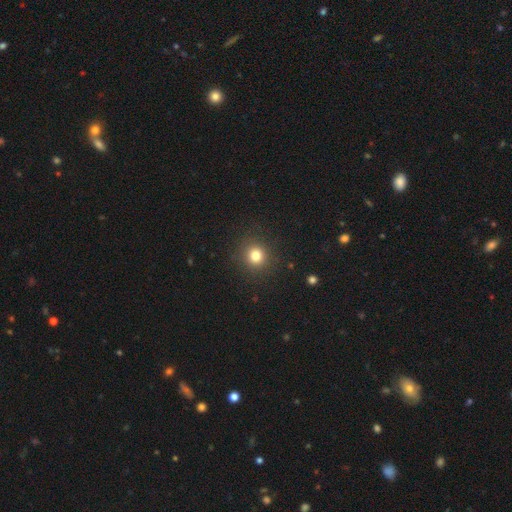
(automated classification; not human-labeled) smooth-or-featured: smooth: 80% | star or artifact: 14% | featured or disk: 6%
  how-rounded: round: 91% | in between: 8% | cigar-shaped: 1%
  merging: none: 90% | minor disturbance: 6% | major disturbance: 3% | merger: 1%